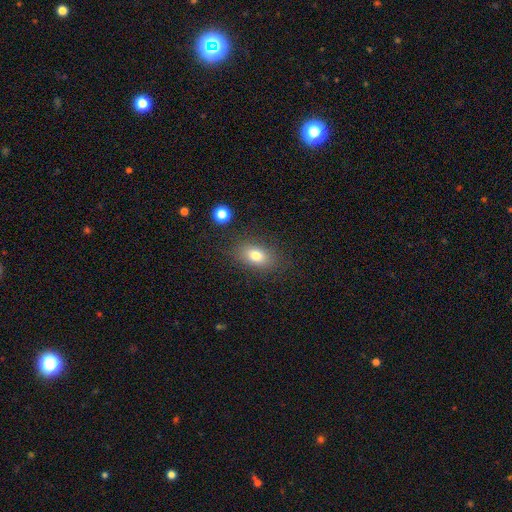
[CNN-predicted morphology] smooth 79%, featured or disk 11%, star or artifact 10%. Down the decision tree: how rounded — in between (82%); merging — none (81%).